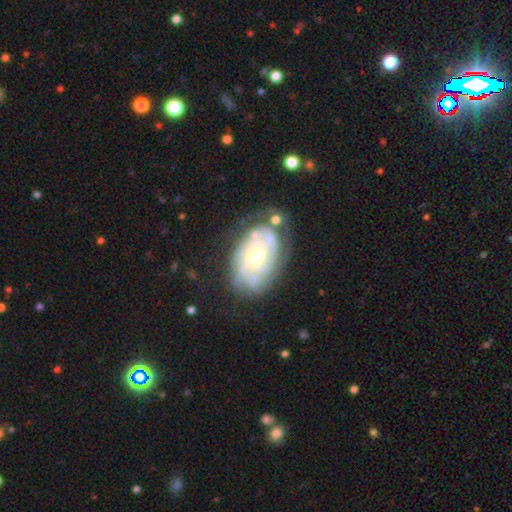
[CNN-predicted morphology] smooth-or-featured: featured or disk: 79% | smooth: 15% | star or artifact: 6%
  disk-edge-on: no: 96% | yes: 4%
    bar: no: 57% | weak: 35% | strong: 8%
    has-spiral-arms: yes: 87% | no: 13%
      spiral-winding: tight: 61% | medium: 30% | loose: 10%
      spiral-arm-count: can't tell: 46% | 2: 24% | 3: 15% | 4: 7% | 1: 4% | more than 4: 4%
    bulge-size: moderate: 62% | small: 31% | large: 6% | none: 1% | dominant: 1%
  merging: none: 62% | minor disturbance: 22% | major disturbance: 11% | merger: 5%